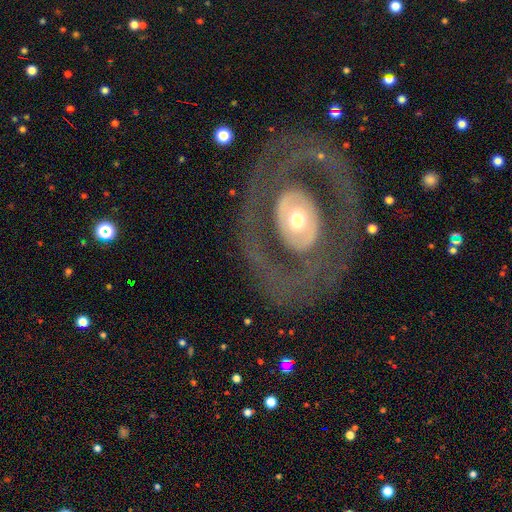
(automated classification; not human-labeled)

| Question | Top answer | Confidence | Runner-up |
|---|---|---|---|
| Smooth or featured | featured or disk | 72% | smooth (22%) |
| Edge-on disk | no | 94% | yes (6%) |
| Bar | no | 76% | weak (14%) |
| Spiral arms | no | 66% | yes (34%) |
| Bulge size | moderate | 57% | small (22%) |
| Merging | none | 78% | minor disturbance (10%) |